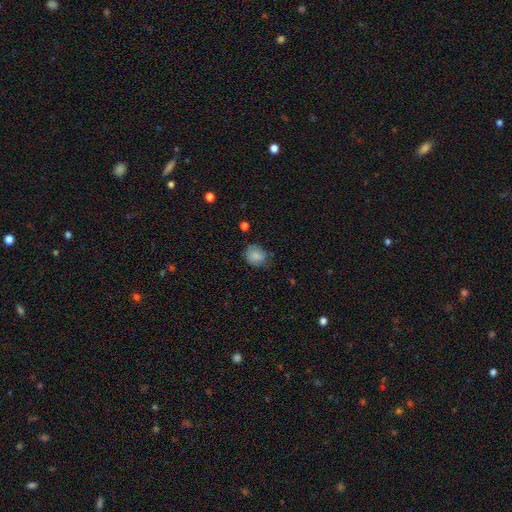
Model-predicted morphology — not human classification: A smooth galaxy with no disk features (82%) that is round (65%). Merging: none (62%).